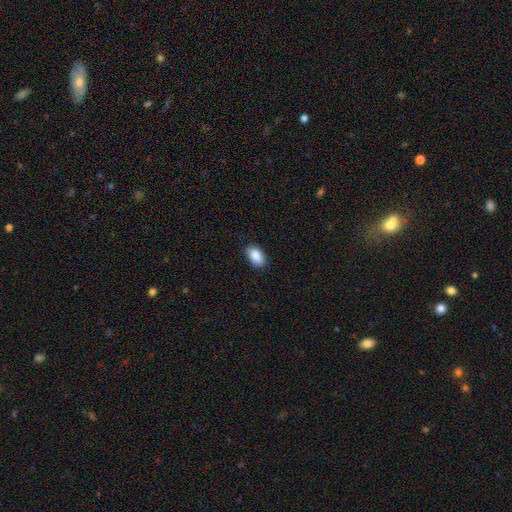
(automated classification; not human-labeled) Smooth or featured? smooth (89%)
How rounded? in between (92%)
Merging? none (84%)